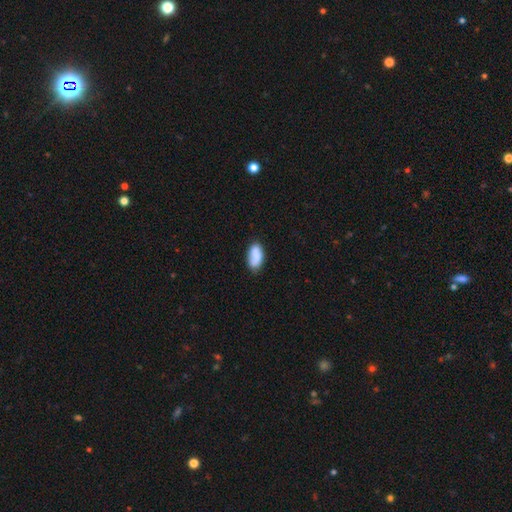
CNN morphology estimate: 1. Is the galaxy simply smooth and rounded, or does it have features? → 82% smooth, 11% featured or disk, 7% star or artifact.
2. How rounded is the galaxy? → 92% in between, 4% cigar-shaped, 3% round.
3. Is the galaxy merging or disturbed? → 73% none, 19% minor disturbance, 4% major disturbance, 3% merger.